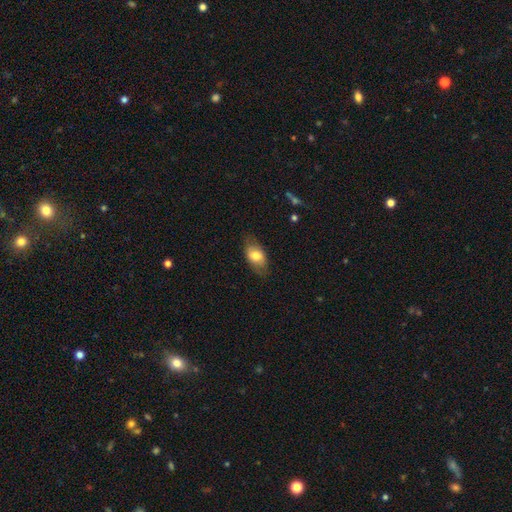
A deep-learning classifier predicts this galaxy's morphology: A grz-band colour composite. It shows a smooth galaxy with no disk features (71%) that is in between round and cigar-shaped (88%). Merging: none (75%).